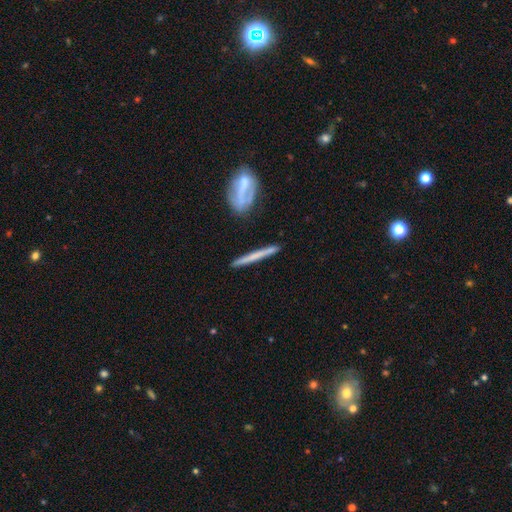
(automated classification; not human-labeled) Overall: smooth (51%; featured or disk 44%). How rounded: cigar-shaped (96%). Merging: none (88%).